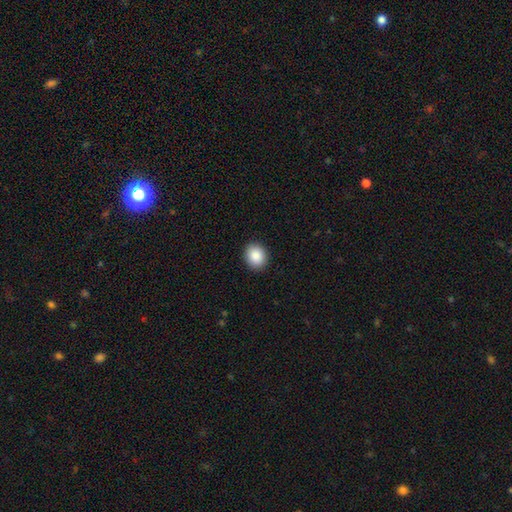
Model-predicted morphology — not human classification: Smooth or featured?
  - smooth: 89% *
  - star or artifact: 8%
  - featured or disk: 4%
How rounded?
  - round: 62% *
  - in between: 37%
  - cigar-shaped: 1%
Merging?
  - none: 91% *
  - minor disturbance: 6%
  - major disturbance: 2%
  - merger: 1%